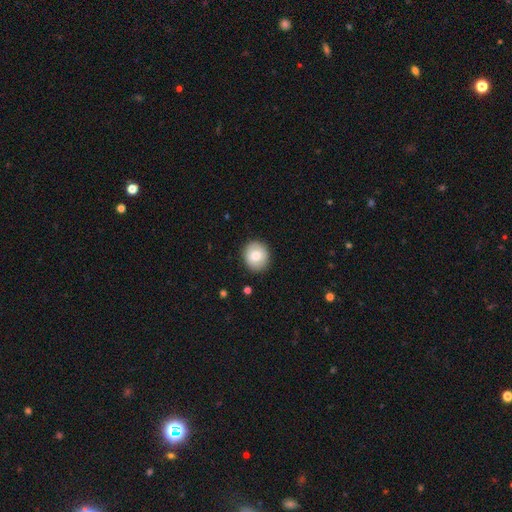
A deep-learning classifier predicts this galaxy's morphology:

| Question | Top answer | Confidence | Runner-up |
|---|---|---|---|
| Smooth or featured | smooth | 78% | featured or disk (15%) |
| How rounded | round | 80% | in between (19%) |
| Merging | none | 89% | minor disturbance (8%) |